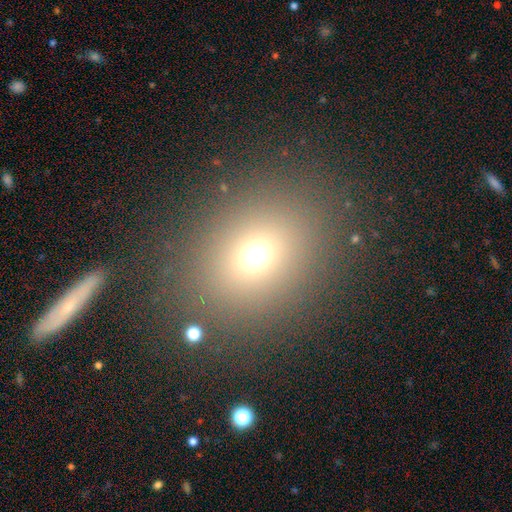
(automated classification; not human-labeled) A smooth galaxy with no disk features (67%) that is round (62%). Merging: none (84%).